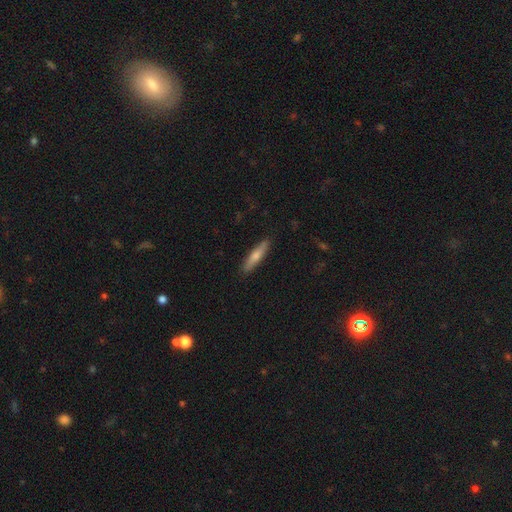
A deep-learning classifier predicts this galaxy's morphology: smooth_or_featured: smooth (p=0.63) [alt: featured or disk p=0.31]
how_rounded: cigar-shaped (p=0.85) [alt: in between p=0.13]
merging: none (p=0.89) [alt: minor disturbance p=0.08]